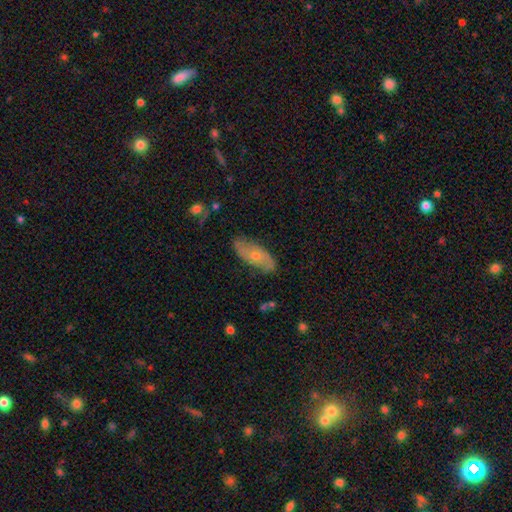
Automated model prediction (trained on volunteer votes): This is possibly a featured or disk galaxy (57%). It is clearly not viewed edge-on (83%). Merging: likely none (77%).